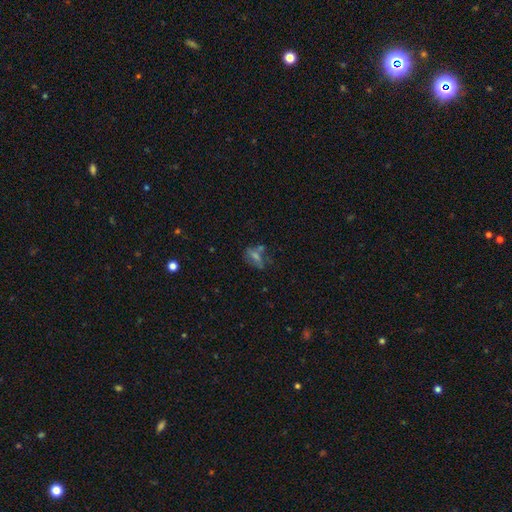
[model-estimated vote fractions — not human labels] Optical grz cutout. It shows a featured or disk galaxy (34%, tied with star or artifact). Merging: none (55%).